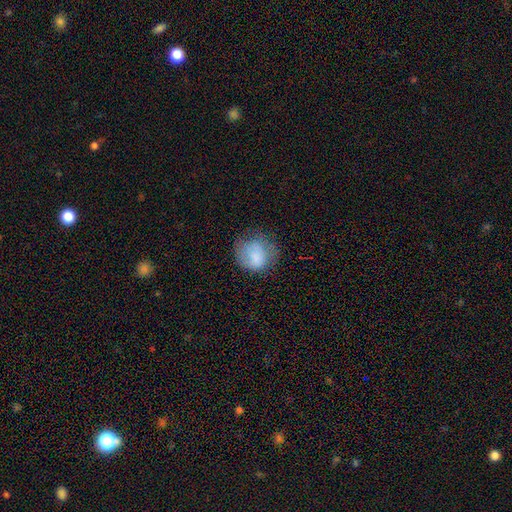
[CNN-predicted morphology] Smooth or featured: smooth — 74% (featured or disk — 17%)
How rounded: round — 74% (in between — 25%)
Merging: none — 55% (minor disturbance — 27%)